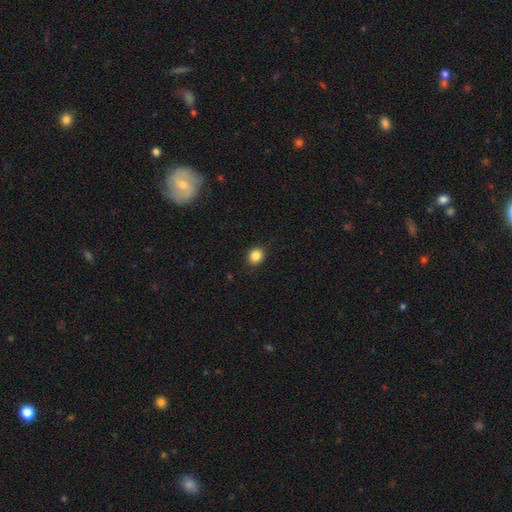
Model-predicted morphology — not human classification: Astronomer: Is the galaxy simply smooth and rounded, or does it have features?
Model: smooth — 85%.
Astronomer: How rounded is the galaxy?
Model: round — 74%.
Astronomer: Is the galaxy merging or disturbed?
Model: none — 89%.